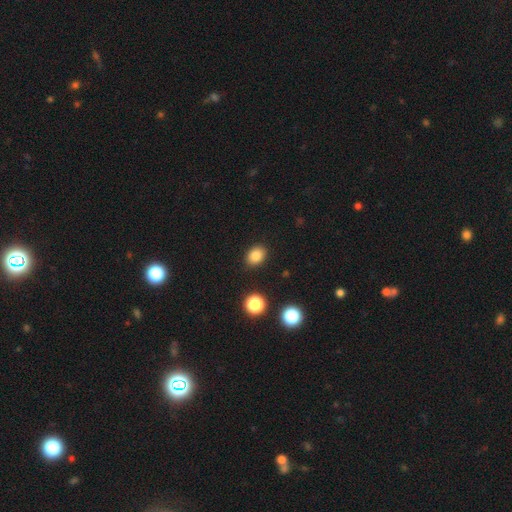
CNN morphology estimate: Q: Smooth or featured?
A: smooth (83%); runner-up: star or artifact (11%)
Q: How rounded?
A: in between (61%); runner-up: round (38%)
Q: Merging?
A: none (89%); runner-up: minor disturbance (8%)